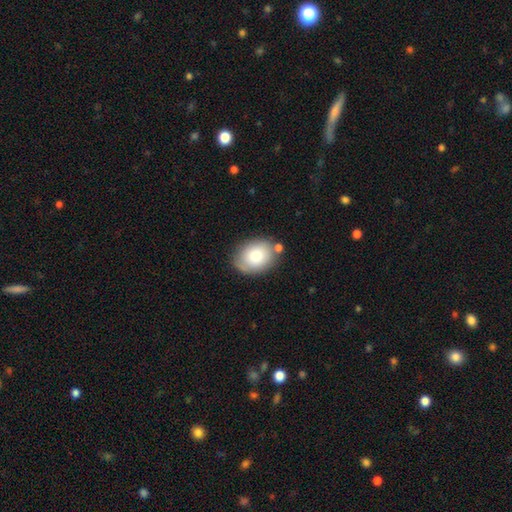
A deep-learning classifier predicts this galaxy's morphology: Smooth or featured? Predicted: smooth (p=0.79). How rounded? Predicted: in between (p=0.60). Merging? Predicted: none (p=0.72).